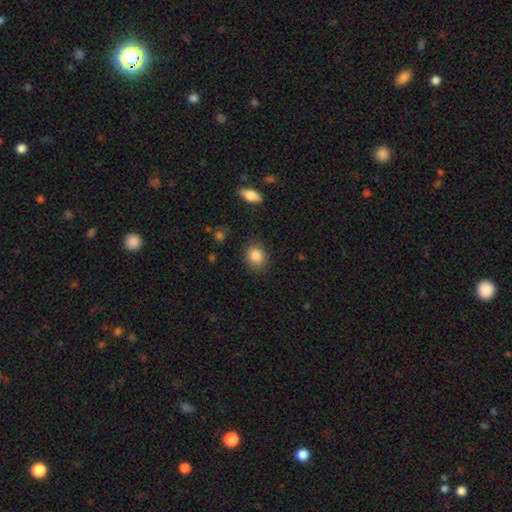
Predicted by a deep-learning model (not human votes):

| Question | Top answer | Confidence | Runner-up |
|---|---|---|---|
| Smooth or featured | smooth | 85% | star or artifact (9%) |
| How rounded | round | 60% | in between (38%) |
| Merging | none | 84% | minor disturbance (12%) |